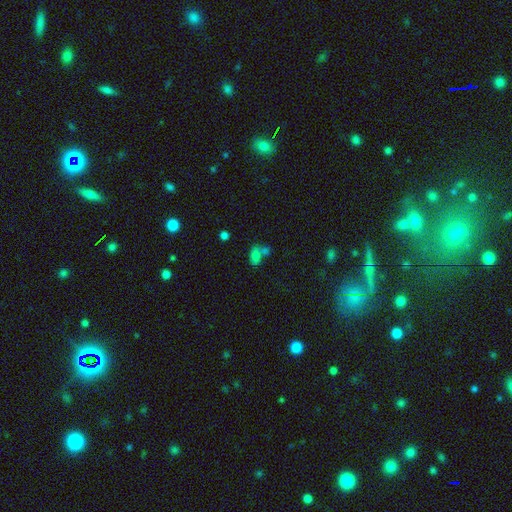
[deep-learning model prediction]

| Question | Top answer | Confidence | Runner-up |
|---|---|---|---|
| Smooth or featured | smooth | 71% | star or artifact (15%) |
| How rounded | in between | 81% | round (16%) |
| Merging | merger | 47% | none (34%) |